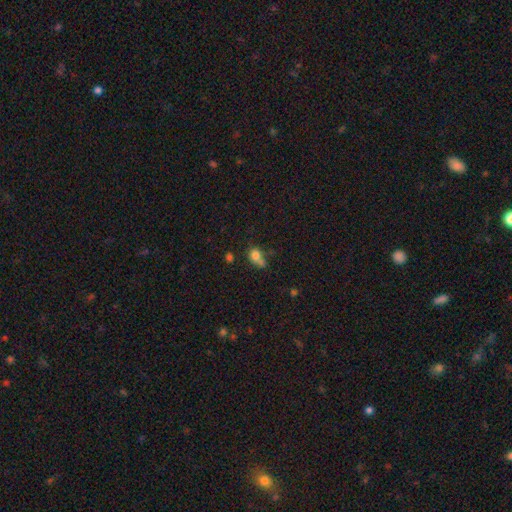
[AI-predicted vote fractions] smooth_or_featured: smooth (p=0.76) [alt: star or artifact p=0.13]
how_rounded: round (p=0.53) [alt: in between p=0.45]
merging: none (p=0.35) [alt: merger p=0.33]